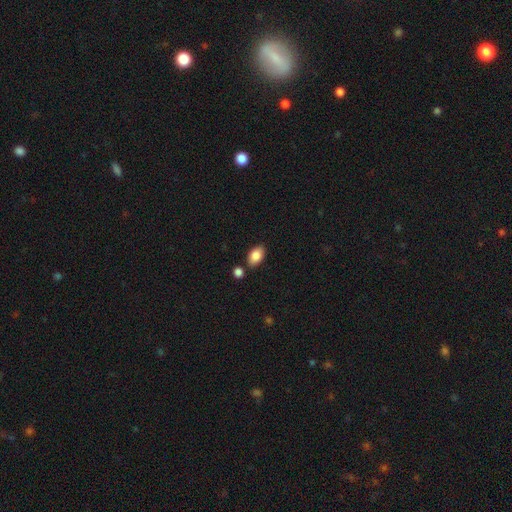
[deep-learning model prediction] smooth 86%, star or artifact 7%, featured or disk 7%. Down the decision tree: how rounded — in between (91%); merging — none (79%).